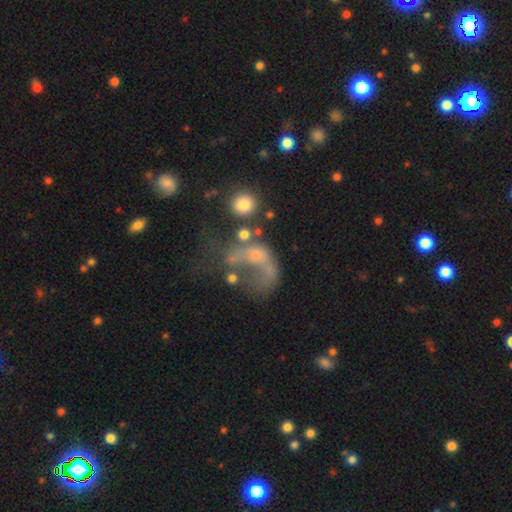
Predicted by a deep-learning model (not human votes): A featured or disk galaxy (49%). Merging: major disturbance (55%).